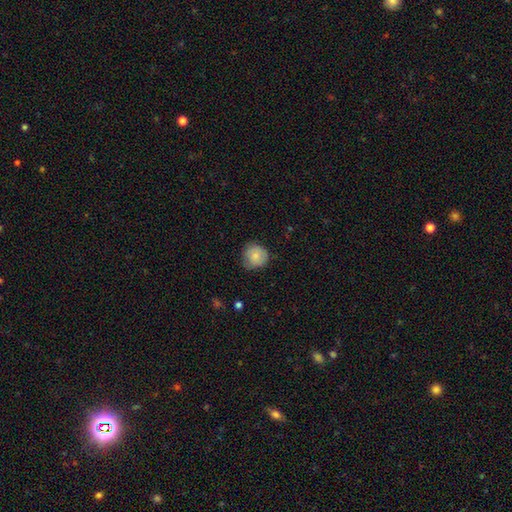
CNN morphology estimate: type=smooth (81%); roundness=round (89%); merging=none (70%).